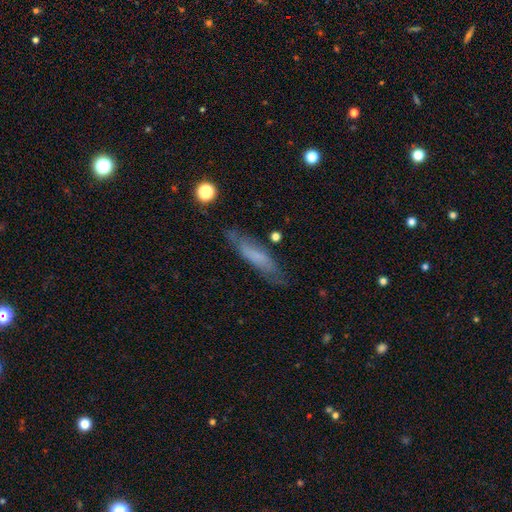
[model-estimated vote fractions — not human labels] This is possibly a smooth galaxy (52%). How rounded: likely cigar-shaped (73%). Merging: likely none (72%).